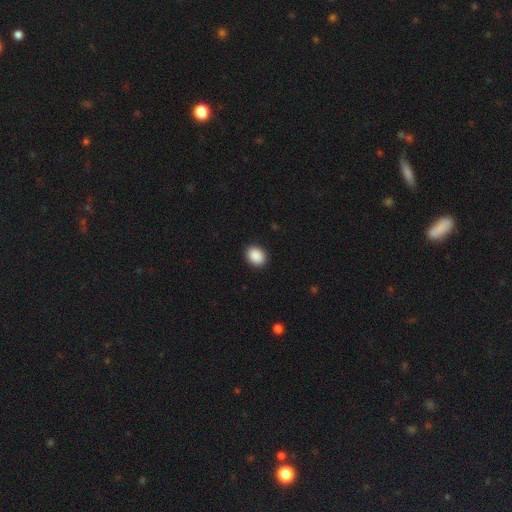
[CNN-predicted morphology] Smooth or featured: smooth — 90% (star or artifact — 8%)
How rounded: in between — 56% (round — 43%)
Merging: none — 91% (minor disturbance — 7%)